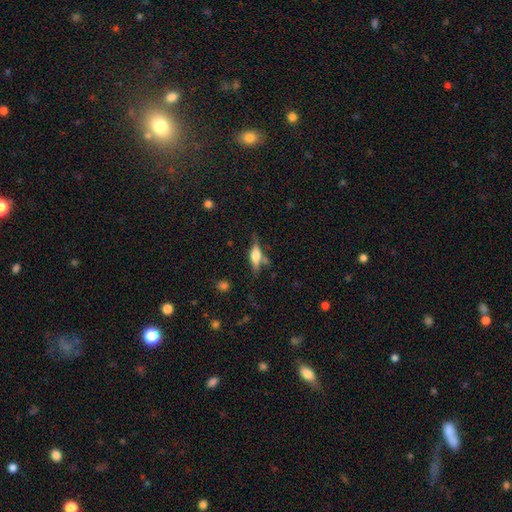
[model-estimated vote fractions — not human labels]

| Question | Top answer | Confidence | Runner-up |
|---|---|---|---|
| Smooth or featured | featured or disk | 56% | smooth (35%) |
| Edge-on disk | yes | 94% | no (6%) |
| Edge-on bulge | rounded | 83% | boxy (14%) |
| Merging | none | 71% | minor disturbance (16%) |